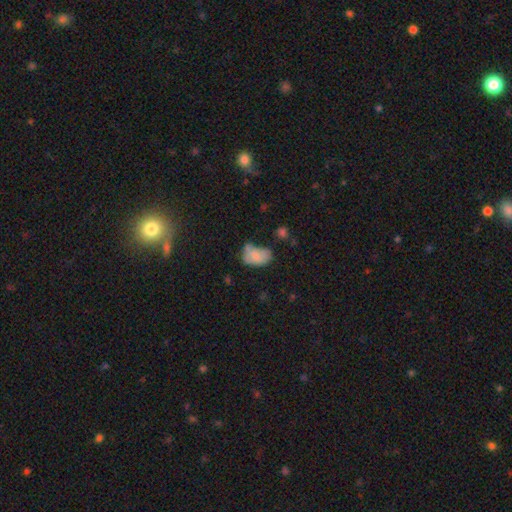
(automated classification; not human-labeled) Smooth or featured? Predicted: smooth (p=0.72). How rounded? Predicted: in between (p=0.86). Merging? Predicted: minor disturbance (p=0.34).